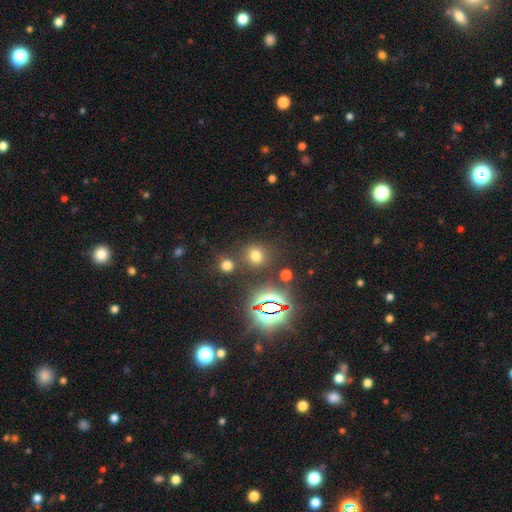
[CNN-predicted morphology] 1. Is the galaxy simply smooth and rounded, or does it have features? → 63% smooth, 30% star or artifact, 7% featured or disk.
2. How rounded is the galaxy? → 81% round, 18% in between, 1% cigar-shaped.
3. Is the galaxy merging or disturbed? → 78% none, 9% merger, 9% minor disturbance, 4% major disturbance.